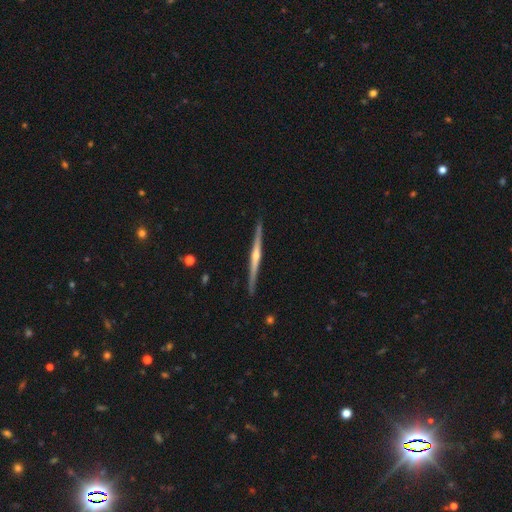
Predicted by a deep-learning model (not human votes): Smooth or featured? Predicted: featured or disk (p=0.81). Edge-on disk? Predicted: yes (p=0.99). Edge-on bulge? Predicted: rounded (p=0.78). Merging? Predicted: none (p=0.91).